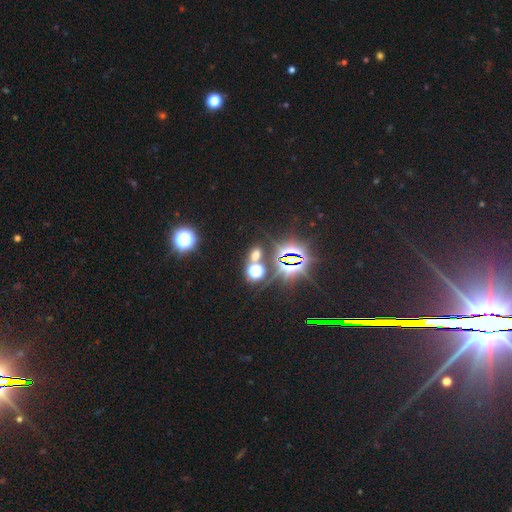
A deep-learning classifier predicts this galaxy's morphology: star or artifact 58%, smooth 35%, featured or disk 7%.